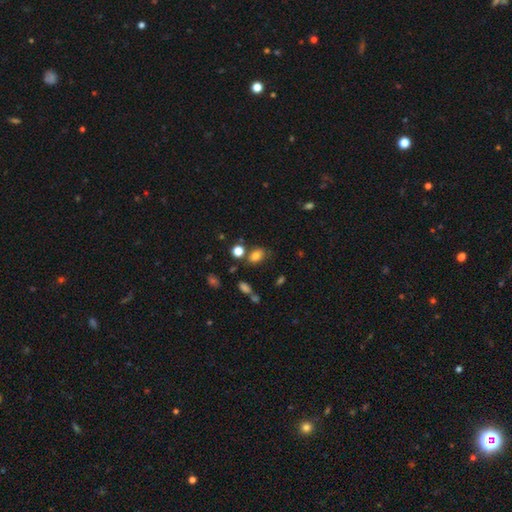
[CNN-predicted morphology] Smooth or featured?
  - smooth: 80% *
  - star or artifact: 13%
  - featured or disk: 8%
How rounded?
  - in between: 70% *
  - round: 29%
  - cigar-shaped: 1%
Merging?
  - none: 68% *
  - minor disturbance: 16%
  - merger: 10%
  - major disturbance: 5%